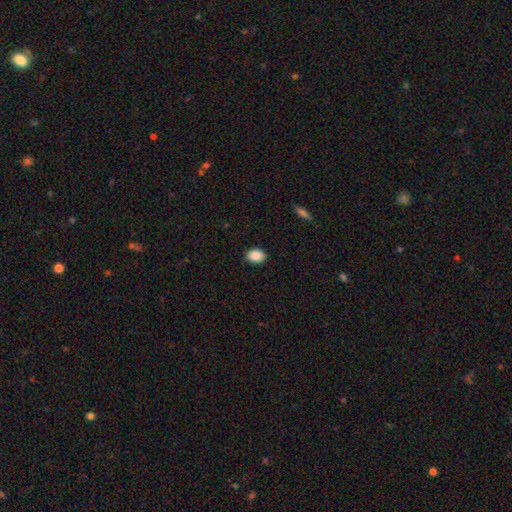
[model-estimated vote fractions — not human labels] Q: Smooth or featured?
A: smooth (90%); runner-up: star or artifact (8%)
Q: How rounded?
A: in between (79%); runner-up: round (19%)
Q: Merging?
A: none (90%); runner-up: minor disturbance (8%)